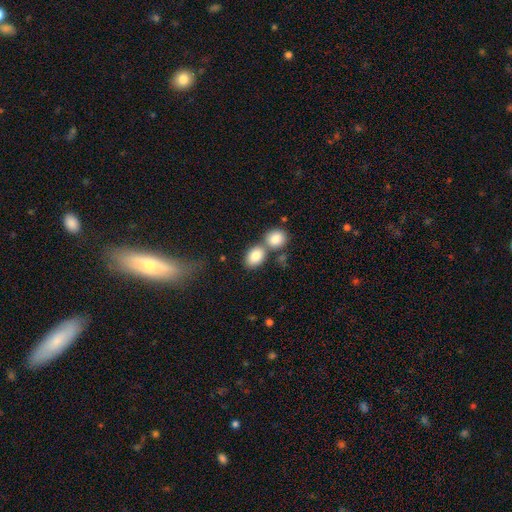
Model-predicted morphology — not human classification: Overall: smooth (83%). How rounded: in between (75%). Merging: none (45%; merger 42%).